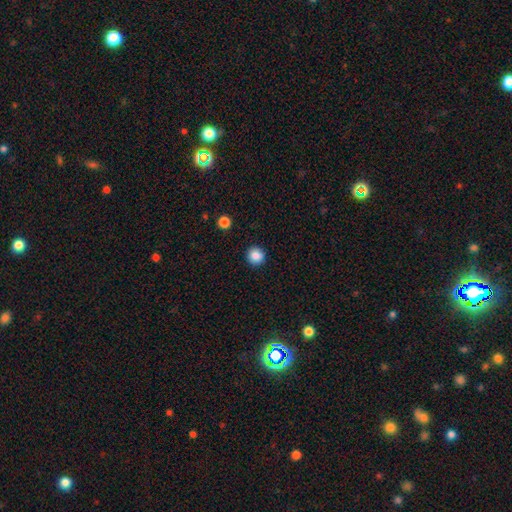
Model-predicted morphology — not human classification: This appears to be a smooth galaxy with no disk features (85%) that is round (95%). Merging: none (91%).